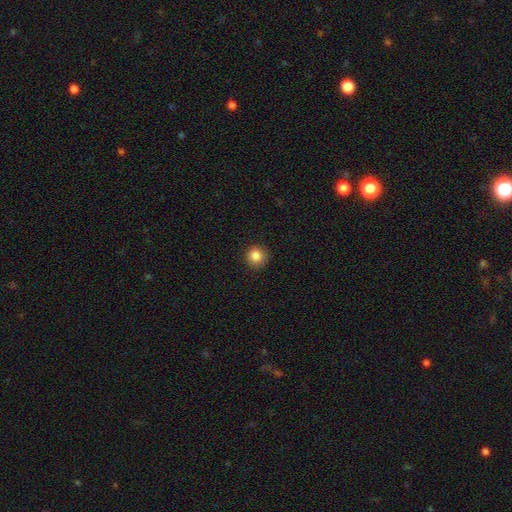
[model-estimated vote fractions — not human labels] The model was most divided on "smooth or featured": smooth: 86%, star or artifact: 10%, featured or disk: 4%. More confident: how rounded — round (94%); merging — none (91%).